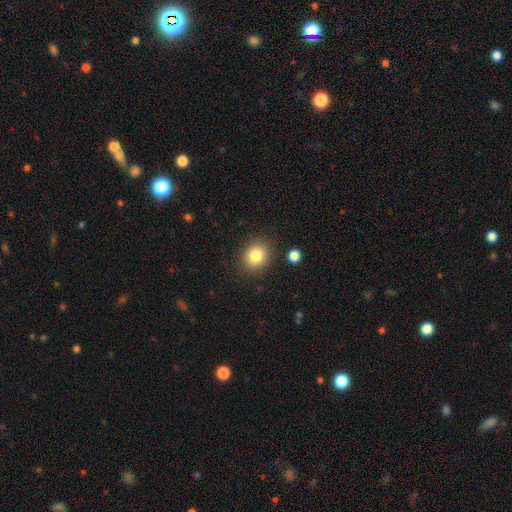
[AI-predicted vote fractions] This is clearly a smooth galaxy (82%). How rounded: likely round (71%). Merging: clearly none (86%).